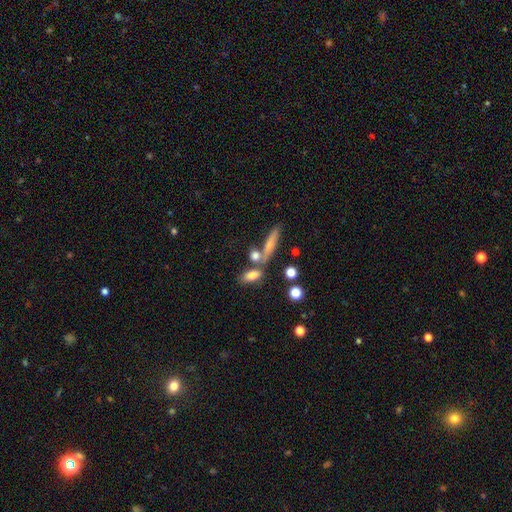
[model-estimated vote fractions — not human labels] Smooth or featured: smooth — 70% (featured or disk — 20%)
How rounded: cigar-shaped — 45% (in between — 42%)
Merging: none — 55% (merger — 27%)